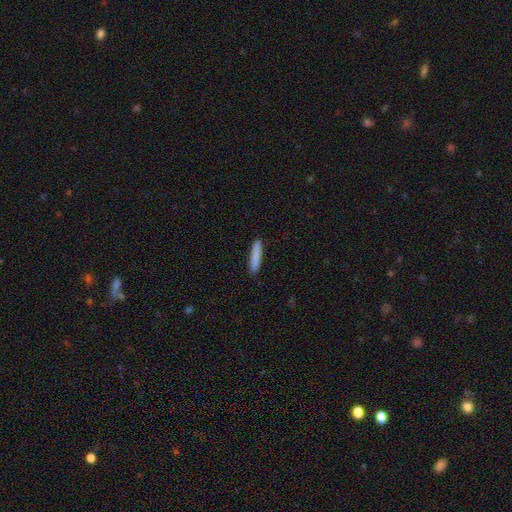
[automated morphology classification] This appears to be a smooth galaxy with no disk features (86%) that is cigar-shaped (91%). Merging: none (91%).